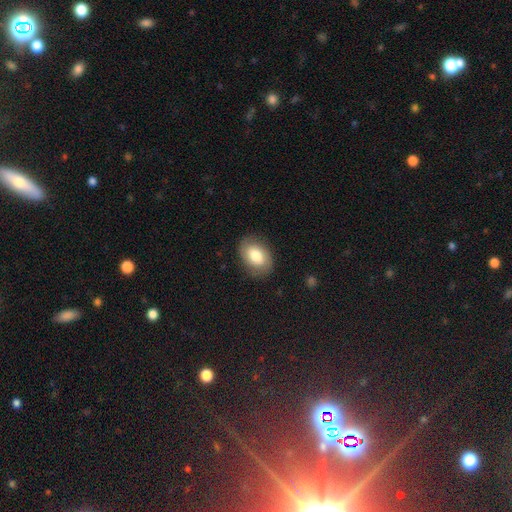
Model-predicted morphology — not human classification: This is likely a smooth galaxy (71%). How rounded: clearly in between (82%). Merging: clearly none (83%).